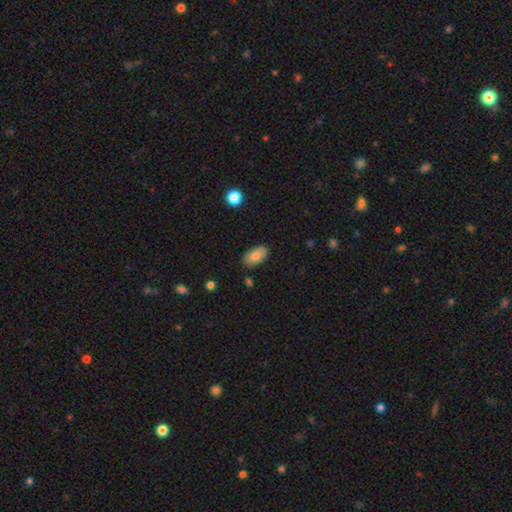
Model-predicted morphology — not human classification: smooth 82%, featured or disk 11%, star or artifact 7%. Down the decision tree: how rounded — in between (94%); merging — none (85%).